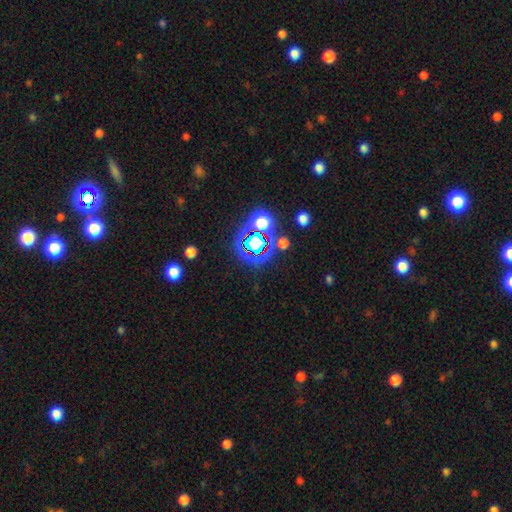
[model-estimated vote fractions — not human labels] A star or artifact, not a galaxy (72%).